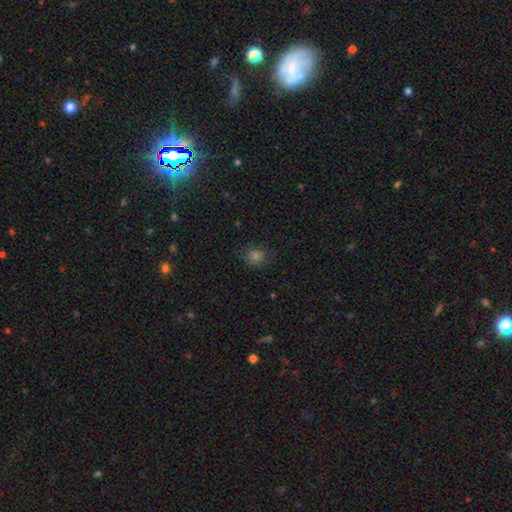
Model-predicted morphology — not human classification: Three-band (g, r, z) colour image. It shows a smooth galaxy with no disk features (71%) that is round (80%). Merging: none (83%).